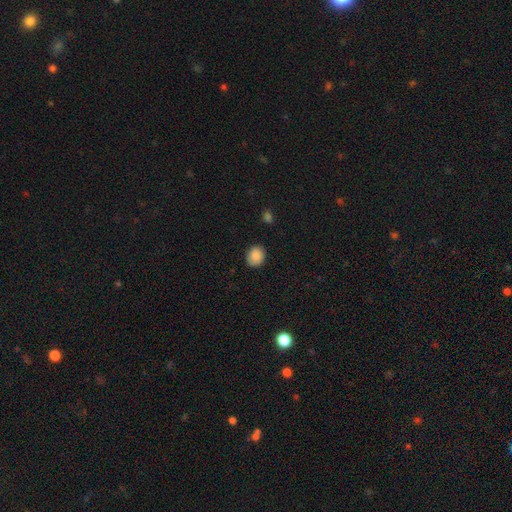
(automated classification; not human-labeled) A smooth galaxy with no disk features (88%) that is round (61%).

Vote fractions:
- Smooth or featured? smooth: 88% / star or artifact: 8% / featured or disk: 4%
- How rounded? round: 61% / in between: 39% / cigar-shaped: 1%
- Merging? none: 87% / minor disturbance: 10% / major disturbance: 2% / merger: 1%